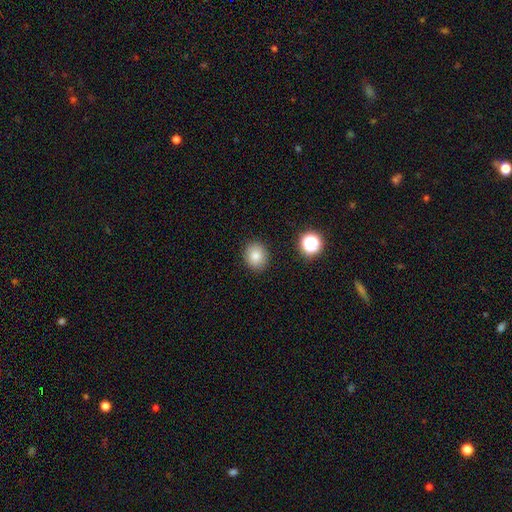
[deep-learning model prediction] The model was most divided on "how rounded": round: 65%, in between: 35%, cigar-shaped: 1%. More confident: merging — none (88%); smooth or featured — smooth (82%).